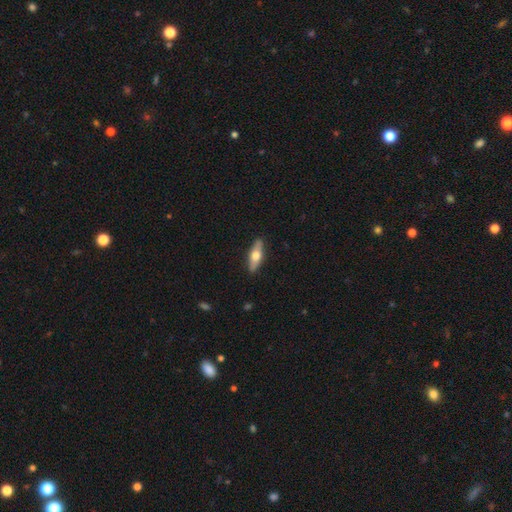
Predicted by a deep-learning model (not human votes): Smooth or featured? Predicted: smooth (p=0.47, tied with featured or disk). Merging? Predicted: none (p=0.88).